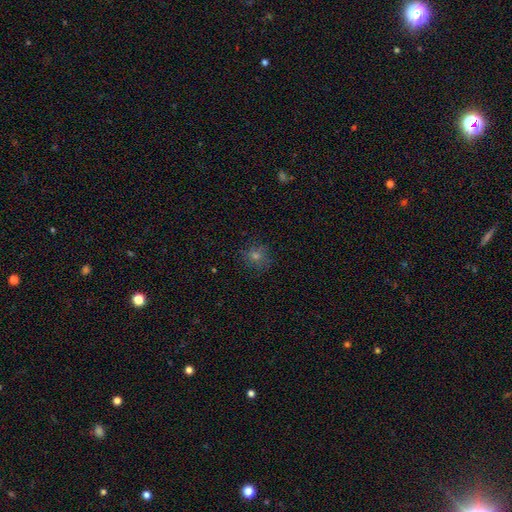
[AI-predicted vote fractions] Smooth or featured? smooth (56%)
How rounded? round (86%)
Merging? none (84%)